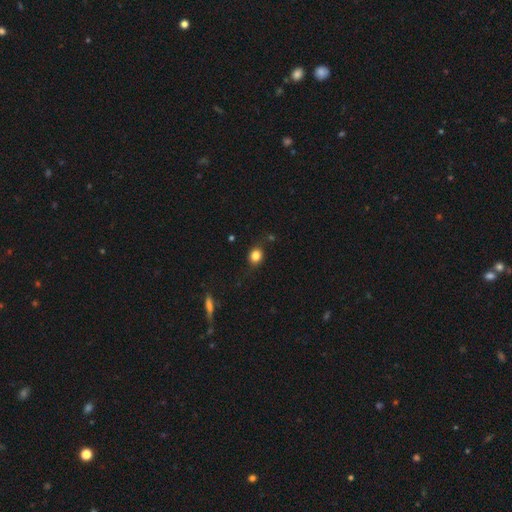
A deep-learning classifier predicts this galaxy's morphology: Q: Smooth or featured?
A: smooth (82%); runner-up: star or artifact (11%)
Q: How rounded?
A: round (60%); runner-up: in between (38%)
Q: Merging?
A: none (79%); runner-up: minor disturbance (16%)